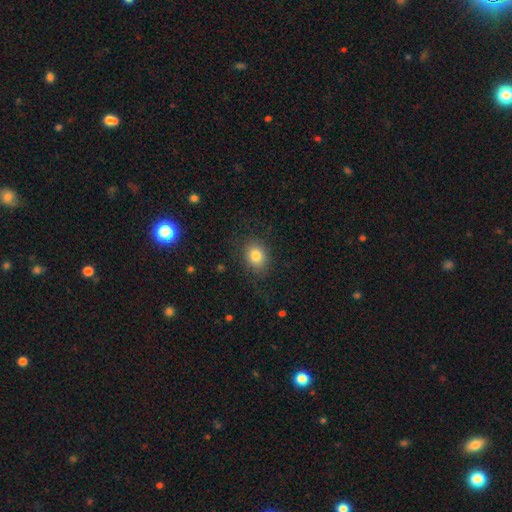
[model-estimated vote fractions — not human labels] smooth 82%, star or artifact 10%, featured or disk 8%. Down the decision tree: how rounded — round (55%); merging — none (82%).